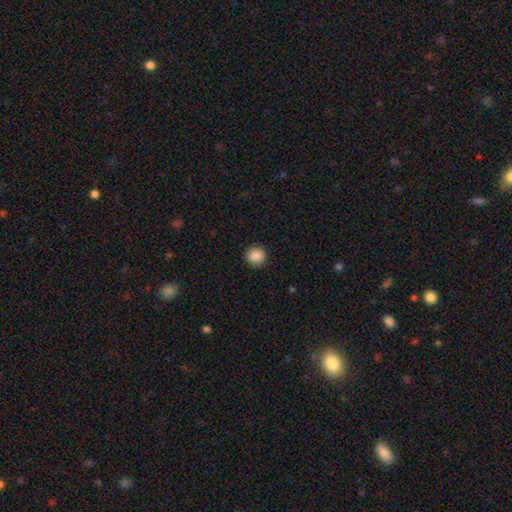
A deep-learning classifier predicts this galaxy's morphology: Q: Smooth or featured?
A: smooth (88%); runner-up: star or artifact (9%)
Q: How rounded?
A: round (90%); runner-up: in between (9%)
Q: Merging?
A: none (90%); runner-up: minor disturbance (7%)